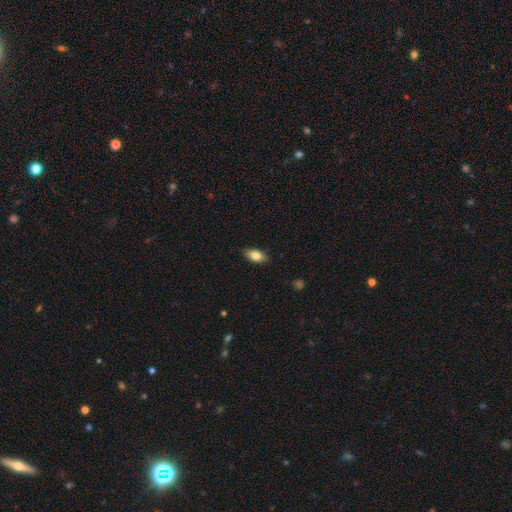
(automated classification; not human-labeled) smooth 80%, featured or disk 13%, star or artifact 7%. Down the decision tree: how rounded — in between (88%); merging — none (85%).